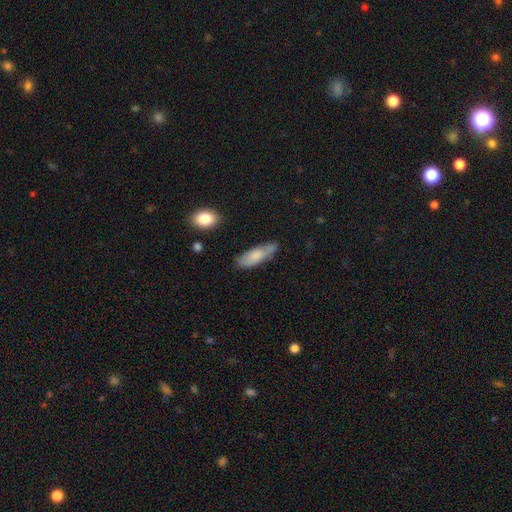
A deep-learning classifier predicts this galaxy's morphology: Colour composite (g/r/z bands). It shows a smooth galaxy with no disk features (76%) that is in between round and cigar-shaped (54%). Merging: none (62%).